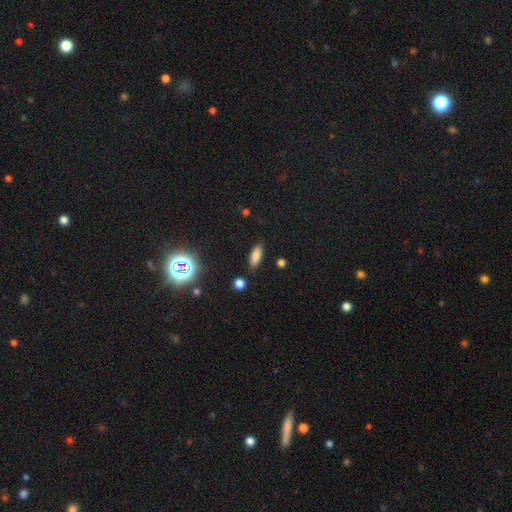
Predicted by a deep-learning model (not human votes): Smooth or featured? Predicted: smooth (p=0.79). How rounded? Predicted: in between (p=0.69). Merging? Predicted: none (p=0.85).